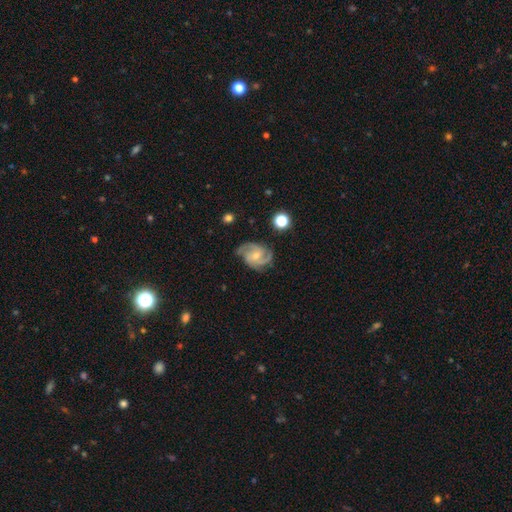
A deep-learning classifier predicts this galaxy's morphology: Smooth or featured? featured or disk (88%)
Edge-on disk? no (98%)
Bar? no (55%)
Spiral arms? yes (98%)
Spiral winding? medium (51%)
Spiral arm count? 3 (46%)
Bulge size? small (59%)
Merging? none (74%)